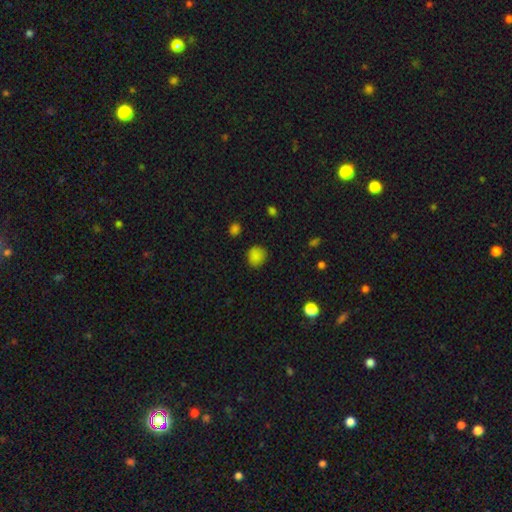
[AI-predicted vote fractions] Smooth or featured?
  - smooth: 84% *
  - star or artifact: 12%
  - featured or disk: 4%
How rounded?
  - round: 86% *
  - in between: 13%
  - cigar-shaped: 1%
Merging?
  - none: 87% *
  - minor disturbance: 9%
  - major disturbance: 3%
  - merger: 1%